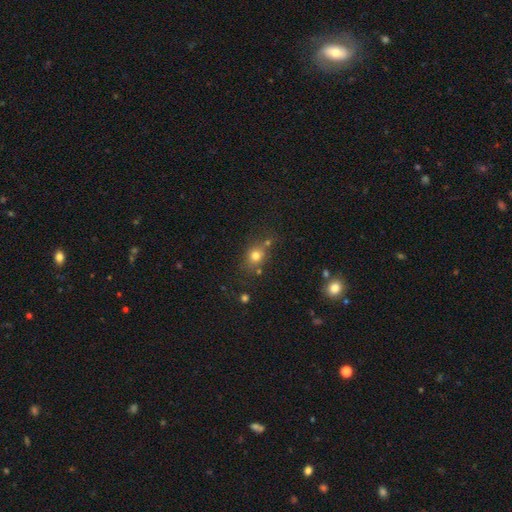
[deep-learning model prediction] Morphology: type=smooth (74%); roundness=round (66%); merging=none (66%).